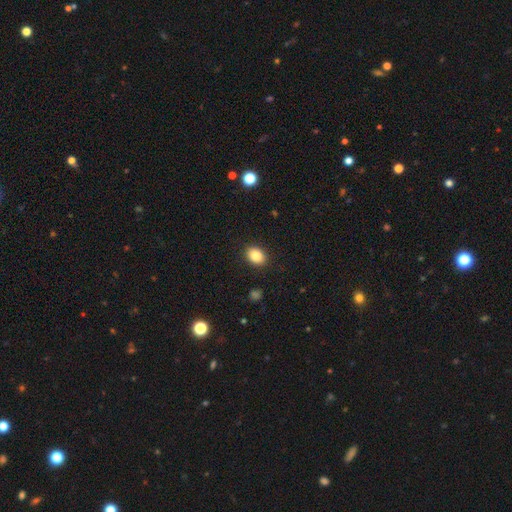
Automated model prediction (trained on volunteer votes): Overall: smooth (85%). How rounded: in between (69%; round 30%). Merging: none (89%).